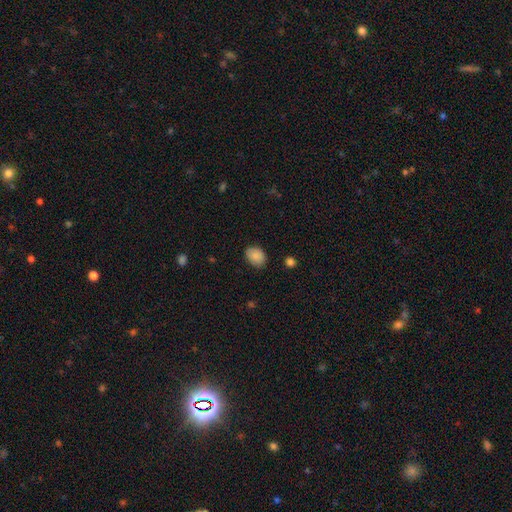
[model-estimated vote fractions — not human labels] A smooth galaxy with no disk features (87%) that is in between round and cigar-shaped (66%).

Vote fractions:
- Smooth or featured? smooth: 87% / star or artifact: 8% / featured or disk: 5%
- How rounded? in between: 66% / round: 33% / cigar-shaped: 1%
- Merging? none: 81% / minor disturbance: 15% / major disturbance: 3% / merger: 1%